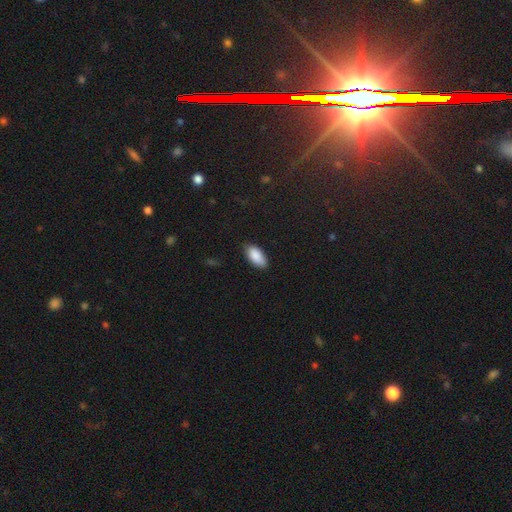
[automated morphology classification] Overall: smooth (89%). How rounded: in between (93%). Merging: none (82%).